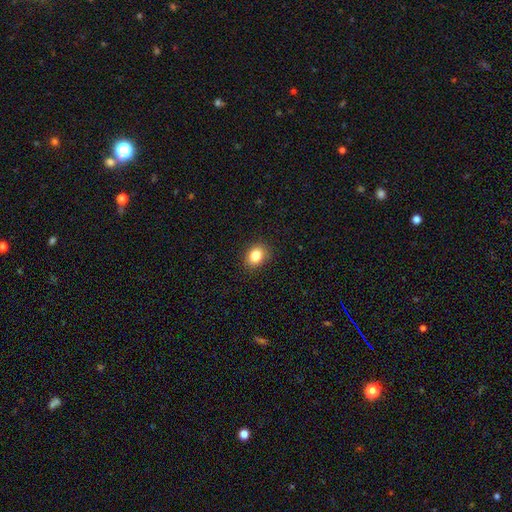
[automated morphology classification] Smooth or featured? Predicted: smooth (p=0.83). How rounded? Predicted: in between (p=0.56). Merging? Predicted: none (p=0.89).